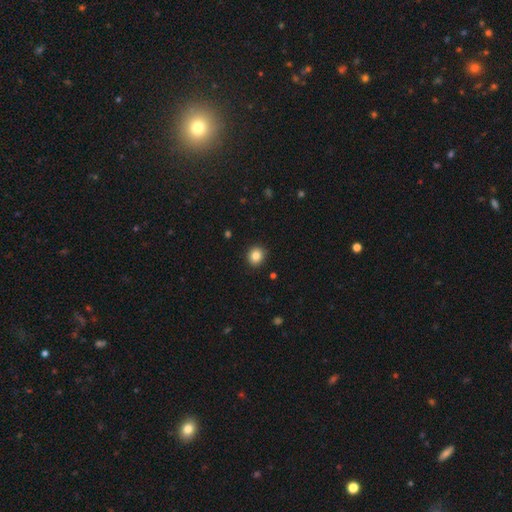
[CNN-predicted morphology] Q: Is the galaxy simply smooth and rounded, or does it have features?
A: smooth — 85%.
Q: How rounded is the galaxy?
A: round — 78%.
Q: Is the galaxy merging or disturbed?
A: none — 90%.